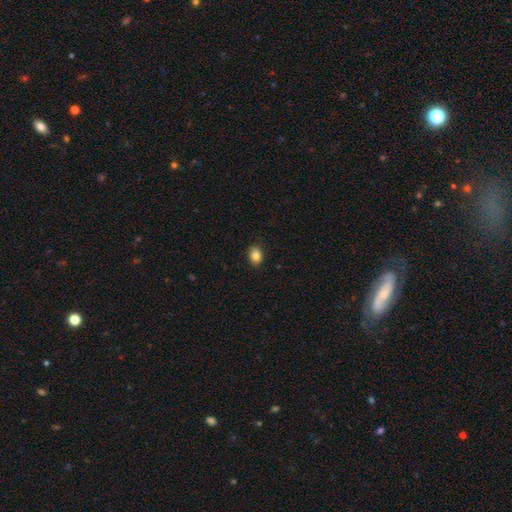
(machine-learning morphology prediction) This appears to be a smooth galaxy with no disk features (86%) that is in between round and cigar-shaped (58%). Merging: none (85%).